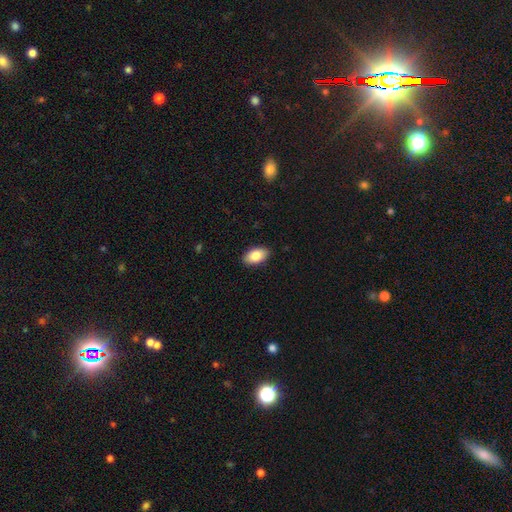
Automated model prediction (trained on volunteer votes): The model was most divided on "smooth or featured": smooth: 83%, featured or disk: 11%, star or artifact: 7%. More confident: how rounded — in between (93%); merging — none (89%).